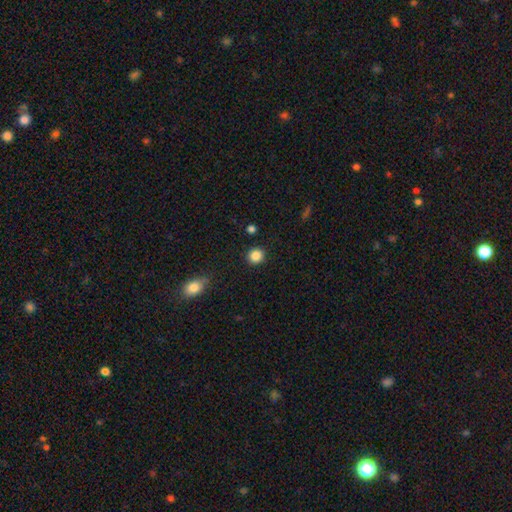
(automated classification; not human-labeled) smooth-or-featured: smooth: 87% | star or artifact: 10% | featured or disk: 4%
  how-rounded: round: 89% | in between: 10% | cigar-shaped: 1%
  merging: none: 90% | minor disturbance: 6% | major disturbance: 2% | merger: 2%